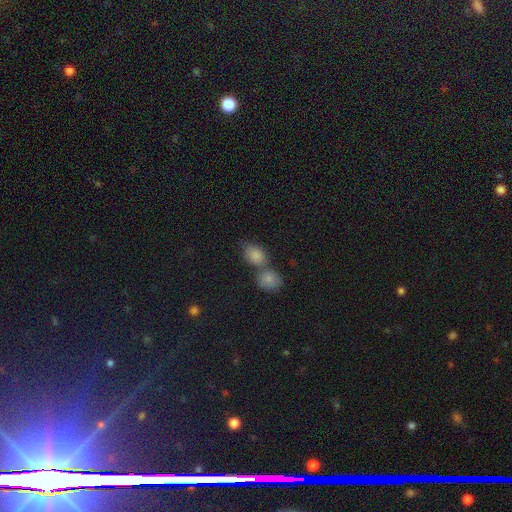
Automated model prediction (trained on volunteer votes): Smooth or featured: smooth — 76% (star or artifact — 16%)
How rounded: in between — 59% (round — 38%)
Merging: merger — 46% (none — 41%)